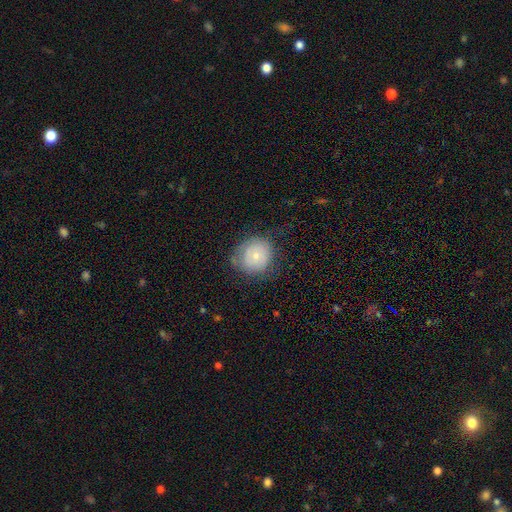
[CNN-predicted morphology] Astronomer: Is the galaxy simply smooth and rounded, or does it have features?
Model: smooth — 70%.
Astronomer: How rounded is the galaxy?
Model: round — 84%.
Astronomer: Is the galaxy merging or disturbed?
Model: none — 66%.